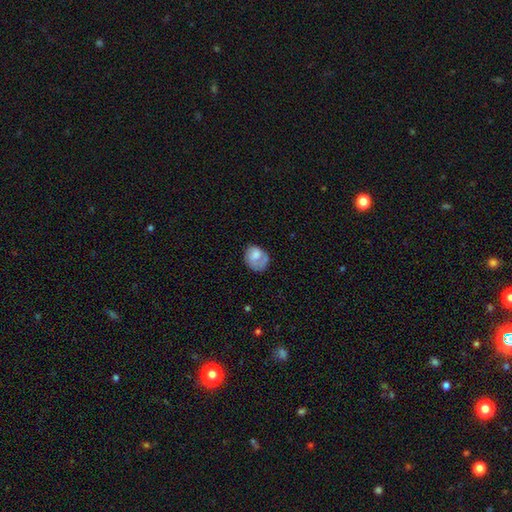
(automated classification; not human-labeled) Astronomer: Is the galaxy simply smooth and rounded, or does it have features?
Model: smooth — 68%.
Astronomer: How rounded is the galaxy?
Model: round — 54% (runner-up: in between, 45%).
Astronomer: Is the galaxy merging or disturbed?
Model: none — 43% (runner-up: minor disturbance, 30%).